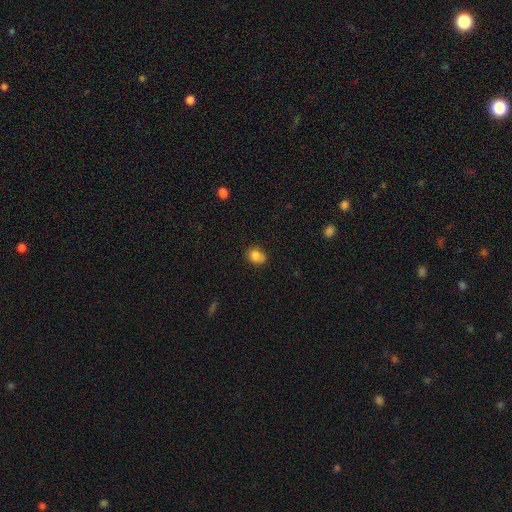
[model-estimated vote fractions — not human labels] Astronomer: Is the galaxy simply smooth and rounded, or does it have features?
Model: smooth — 82%.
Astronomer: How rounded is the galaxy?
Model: round — 54% (runner-up: in between, 45%).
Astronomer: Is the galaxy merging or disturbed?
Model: none — 69%.